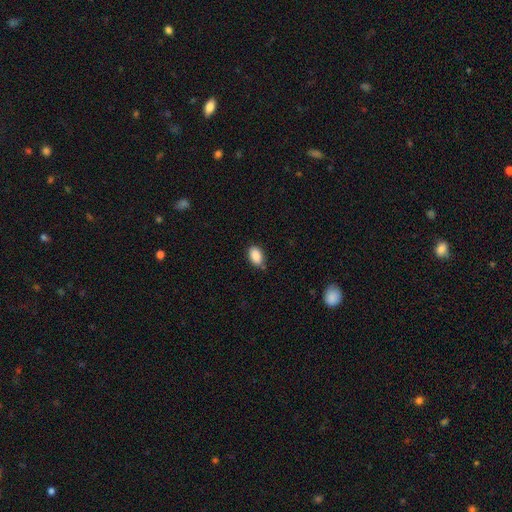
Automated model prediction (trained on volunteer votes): A smooth galaxy with no disk features (89%) that is in between round and cigar-shaped (90%). Merging: none (75%).